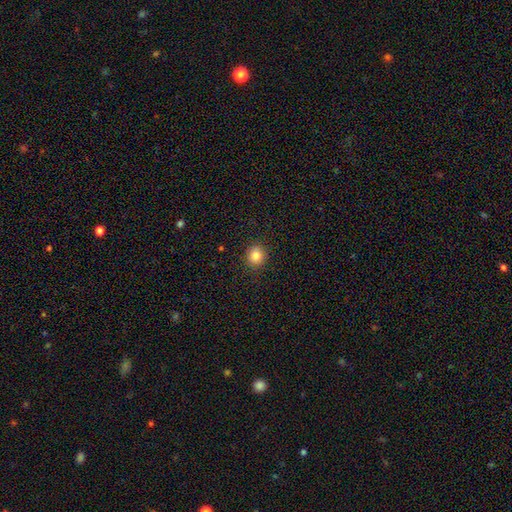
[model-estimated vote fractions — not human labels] Smooth or featured: smooth — 82% (star or artifact — 11%)
How rounded: round — 87% (in between — 12%)
Merging: none — 90% (minor disturbance — 7%)